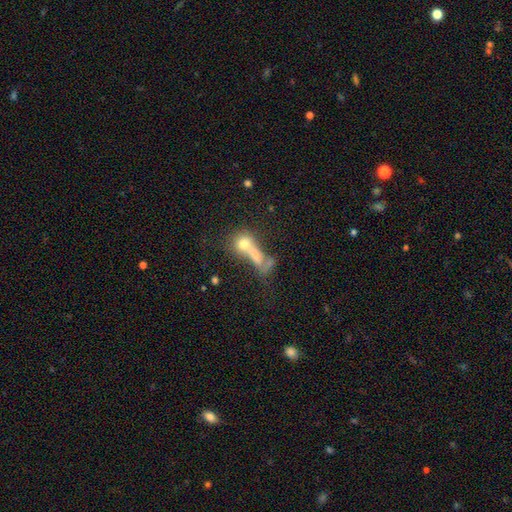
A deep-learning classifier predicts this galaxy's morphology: Smooth or featured? smooth (63%)
How rounded? round (45%)
Merging? merger (58%)